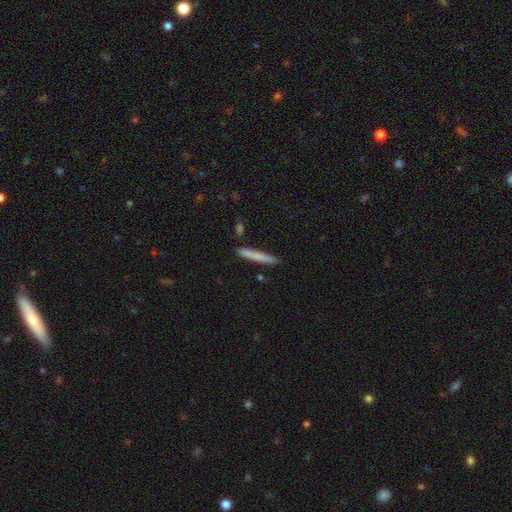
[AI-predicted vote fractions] A smooth galaxy with no disk features (72%) that is cigar-shaped (96%).

Vote fractions:
- Smooth or featured? smooth: 72% / featured or disk: 22% / star or artifact: 6%
- How rounded? cigar-shaped: 96% / in between: 3% / round: 1%
- Merging? none: 87% / minor disturbance: 9% / merger: 3% / major disturbance: 2%